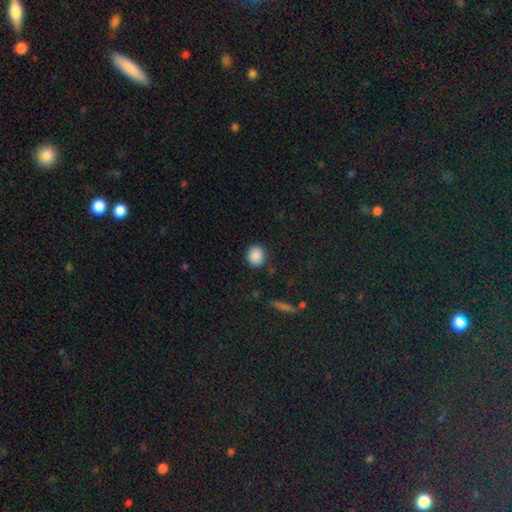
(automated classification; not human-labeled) This appears to be a smooth galaxy with no disk features (88%) that is round (68%). Merging: none (88%).